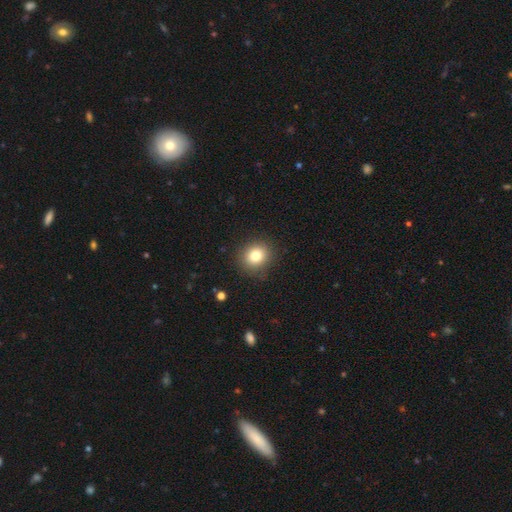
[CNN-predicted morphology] Smooth or featured: smooth — 80% (star or artifact — 11%)
How rounded: round — 78% (in between — 21%)
Merging: none — 87% (minor disturbance — 9%)